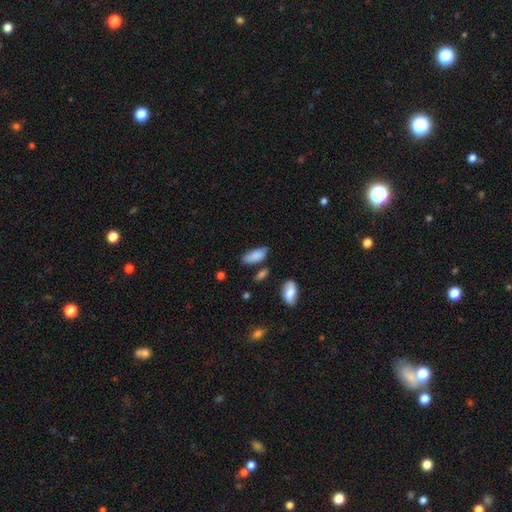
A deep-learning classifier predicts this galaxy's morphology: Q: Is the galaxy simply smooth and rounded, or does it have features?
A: smooth — 84%.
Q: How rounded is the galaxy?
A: in between — 87%.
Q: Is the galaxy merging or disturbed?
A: none — 66%.